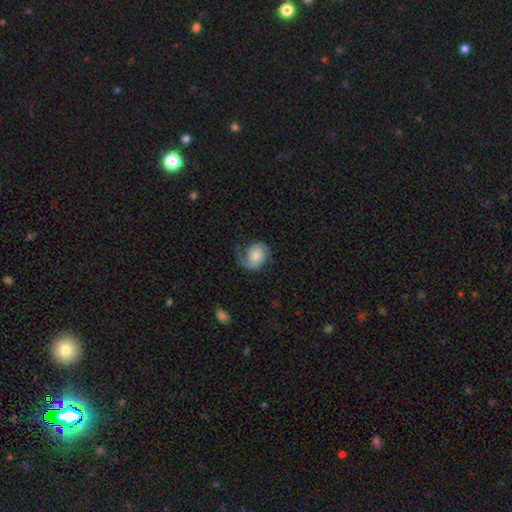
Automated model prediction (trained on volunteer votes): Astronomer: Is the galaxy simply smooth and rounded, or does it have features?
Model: featured or disk — 70%.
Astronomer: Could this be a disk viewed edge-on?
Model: no — 98%.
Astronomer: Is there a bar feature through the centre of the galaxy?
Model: no — 72%.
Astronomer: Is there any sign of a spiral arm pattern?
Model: yes — 94%.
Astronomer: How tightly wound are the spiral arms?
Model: medium — 41% (runner-up: tight, 31%).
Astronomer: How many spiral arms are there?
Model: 2 — 62%.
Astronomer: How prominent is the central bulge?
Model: moderate — 36% (runner-up: small, 26%).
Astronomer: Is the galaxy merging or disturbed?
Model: none — 57%.